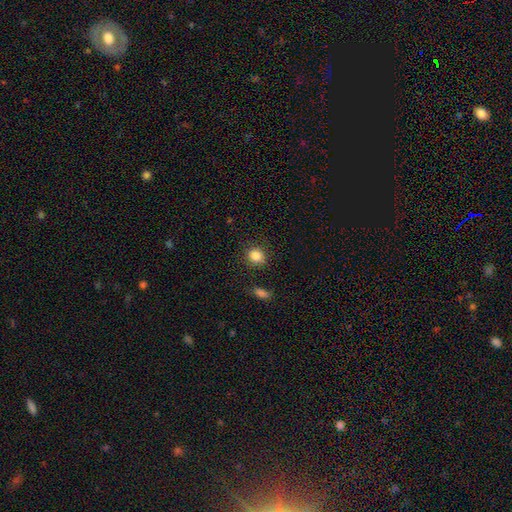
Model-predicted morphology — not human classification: Smooth or featured? smooth (85%)
How rounded? round (80%)
Merging? none (84%)